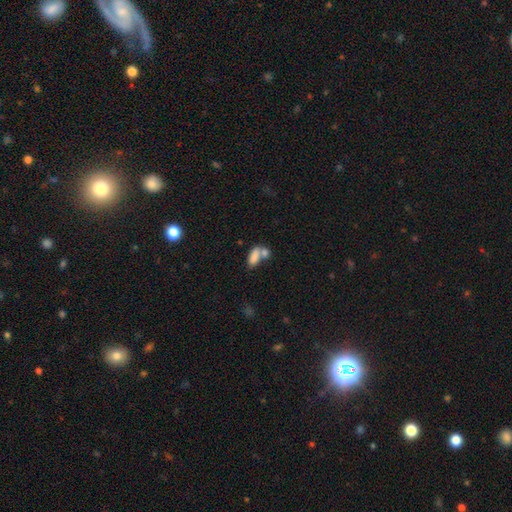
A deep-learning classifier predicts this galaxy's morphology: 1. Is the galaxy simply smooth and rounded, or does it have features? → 80% smooth, 11% featured or disk, 9% star or artifact.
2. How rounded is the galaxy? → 87% in between, 8% cigar-shaped, 5% round.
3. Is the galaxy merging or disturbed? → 56% merger, 29% none, 10% minor disturbance, 6% major disturbance.